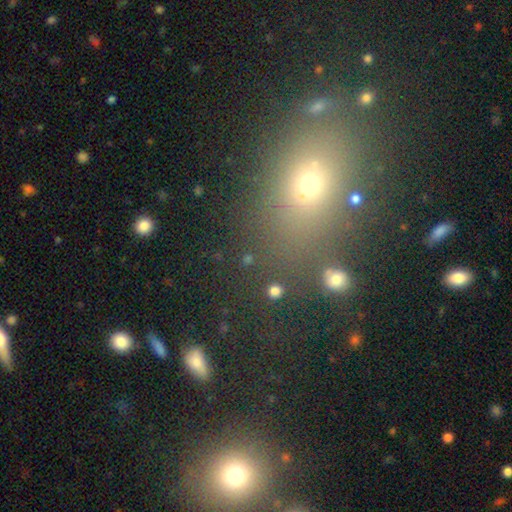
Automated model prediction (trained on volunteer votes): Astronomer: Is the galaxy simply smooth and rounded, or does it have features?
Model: smooth — 53% (runner-up: star or artifact, 33%).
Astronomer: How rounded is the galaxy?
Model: in between — 60% (runner-up: round, 36%).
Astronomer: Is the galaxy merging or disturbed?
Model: none — 74%.